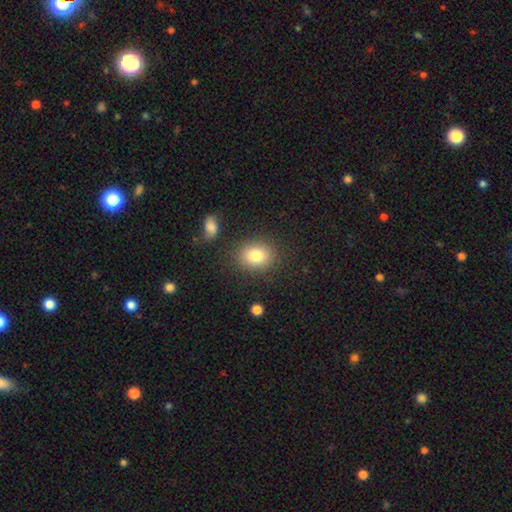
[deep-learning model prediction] This appears to be a smooth galaxy with no disk features (81%) that is round (58%). Merging: none (83%).